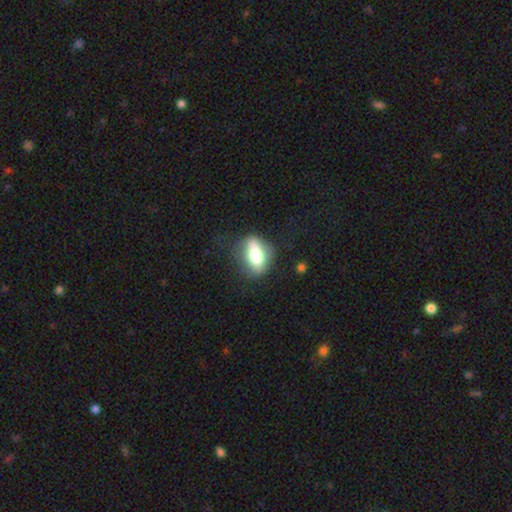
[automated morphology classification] This appears to be a smooth galaxy with no disk features (60%) that is in between round and cigar-shaped (72%). Merging: none (63%).